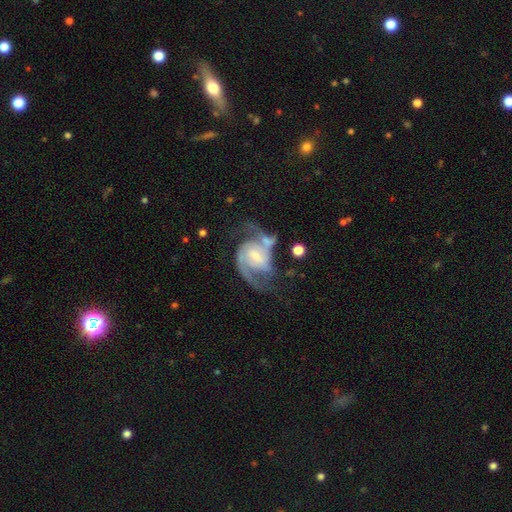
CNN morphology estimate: Overall: featured or disk (88%). Edge-on disk: no (98%). Bar: weak (51%; no 32%). Spiral arms: yes (97%). Spiral arm count: 2 (84%). Spiral winding: medium (55%; loose 23%). Bulge size: small (35%; moderate 33%). Merging: none (46%; major disturbance 21%).